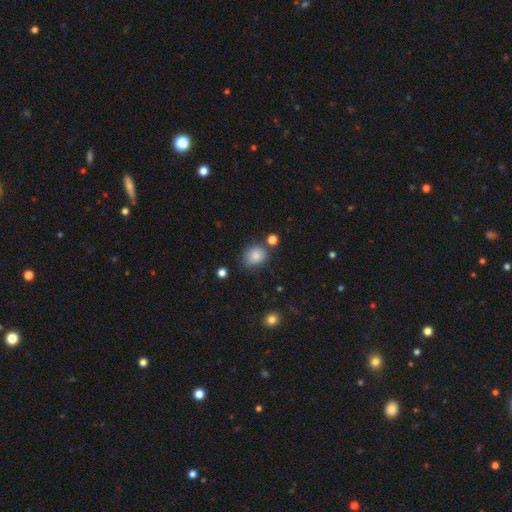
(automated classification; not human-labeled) Smooth or featured? Predicted: smooth (p=0.84). How rounded? Predicted: round (p=0.52). Merging? Predicted: none (p=0.70).